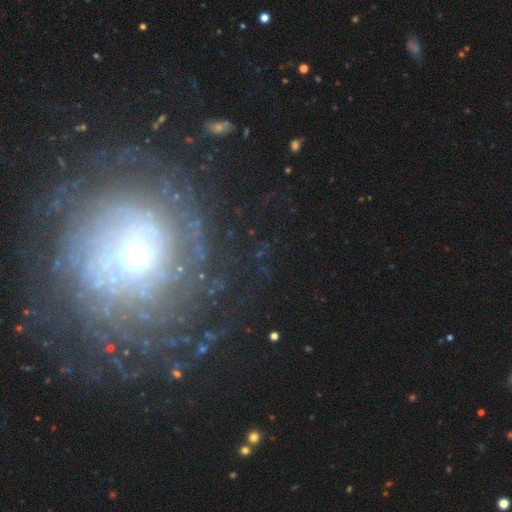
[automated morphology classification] The model was most divided on "bulge size": small: 55%, moderate: 32%, large: 7%, none: 3%, dominant: 2%. Remaining: edge-on disk — no (96%); spiral arms — yes (81%); merging — none (73%); smooth or featured — featured or disk (72%); spiral winding — tight (70%); bar — no (69%); spiral arm count — can't tell (47%).